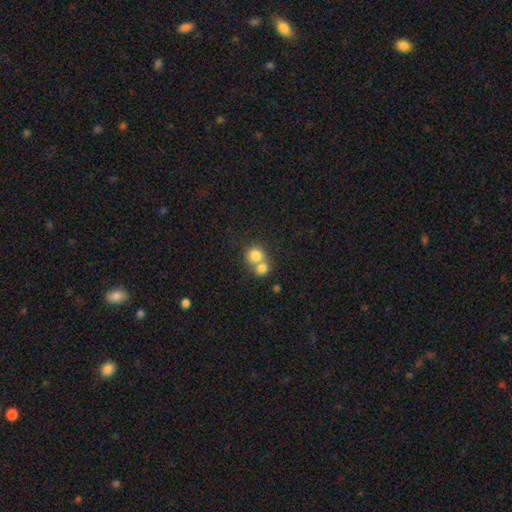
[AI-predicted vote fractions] smooth_or_featured: smooth (p=0.80) [alt: featured or disk p=0.10]
how_rounded: round (p=0.83) [alt: in between p=0.16]
merging: merger (p=0.58) [alt: none p=0.34]